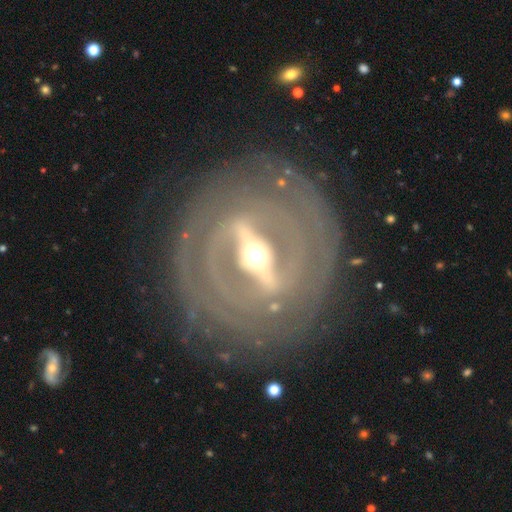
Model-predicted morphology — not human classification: Q: Smooth or featured?
A: featured or disk (90%); runner-up: smooth (6%)
Q: Edge-on disk?
A: no (81%); runner-up: yes (19%)
Q: Bar?
A: strong (83%); runner-up: weak (12%)
Q: Spiral arms?
A: yes (73%); runner-up: no (27%)
Q: Spiral winding?
A: tight (78%); runner-up: medium (16%)
Q: Spiral arm count?
A: can't tell (42%); runner-up: 2 (27%)
Q: Bulge size?
A: moderate (59%); runner-up: small (34%)
Q: Merging?
A: none (83%); runner-up: minor disturbance (10%)